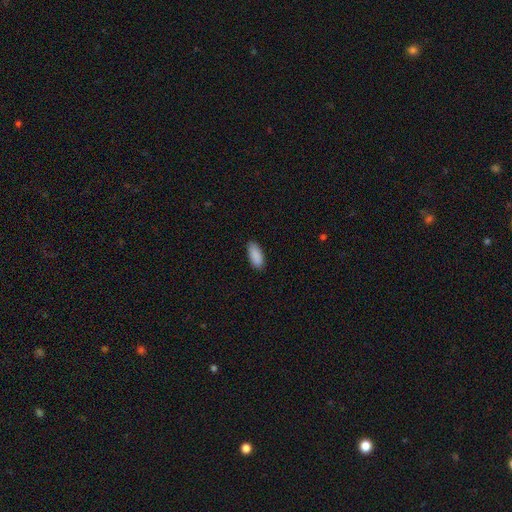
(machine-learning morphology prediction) Smooth or featured?
  - smooth: 90% *
  - star or artifact: 6%
  - featured or disk: 4%
How rounded?
  - in between: 85% *
  - cigar-shaped: 13%
  - round: 2%
Merging?
  - none: 86% *
  - minor disturbance: 11%
  - major disturbance: 2%
  - merger: 1%